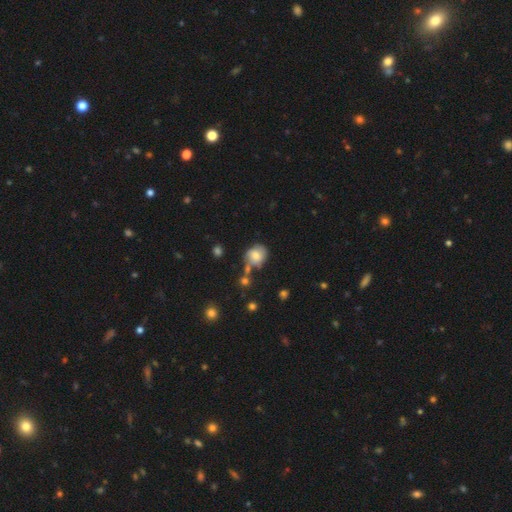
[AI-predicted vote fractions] A smooth galaxy with no disk features (72%) that is round (75%). Merging: none (57%).